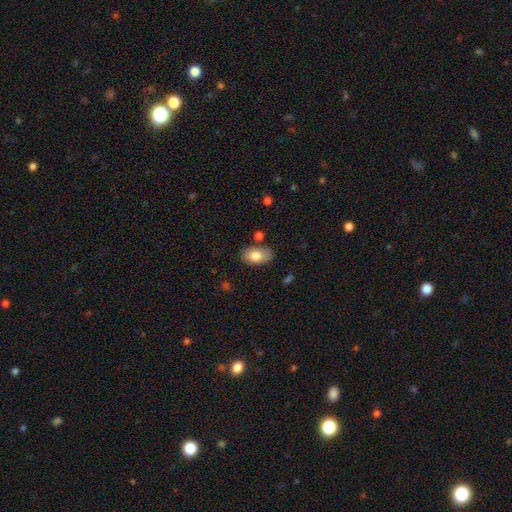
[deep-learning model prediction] The model was most divided on "merging": none: 76%, minor disturbance: 16%, merger: 5%, major disturbance: 3%. More confident: how rounded — in between (91%); smooth or featured — smooth (79%).